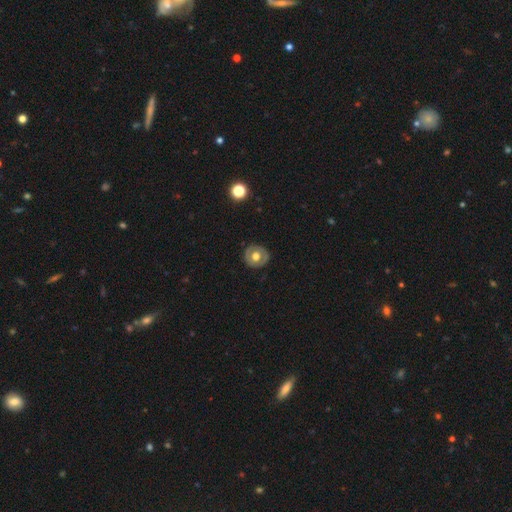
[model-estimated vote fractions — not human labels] This appears to be a smooth galaxy with no disk features (50%). Merging: none (86%).